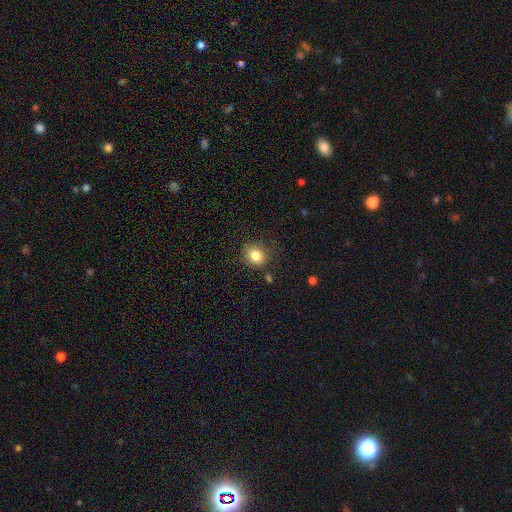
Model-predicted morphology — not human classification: This is clearly a smooth galaxy (82%). How rounded: likely round (72%). Merging: clearly none (81%).